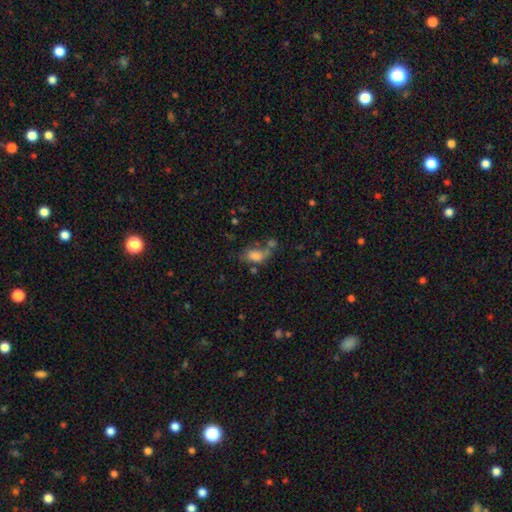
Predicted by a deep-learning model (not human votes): Q: Smooth or featured?
A: smooth (76%); runner-up: featured or disk (13%)
Q: How rounded?
A: in between (85%); runner-up: round (12%)
Q: Merging?
A: none (39%); runner-up: merger (29%)